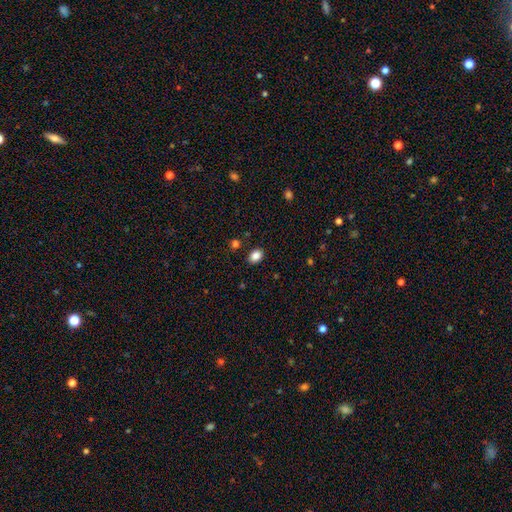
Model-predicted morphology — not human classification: Overall: smooth (86%). How rounded: in between (73%). Merging: none (87%).